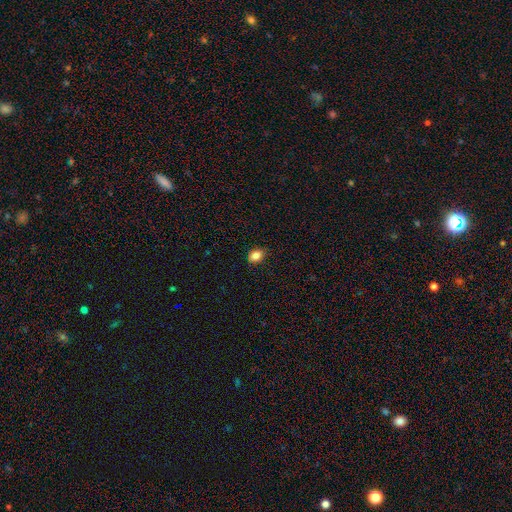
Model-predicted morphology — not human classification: Smooth or featured?
  - smooth: 86% *
  - star or artifact: 10%
  - featured or disk: 5%
How rounded?
  - in between: 70% *
  - round: 29%
  - cigar-shaped: 1%
Merging?
  - none: 84% *
  - minor disturbance: 13%
  - major disturbance: 2%
  - merger: 1%